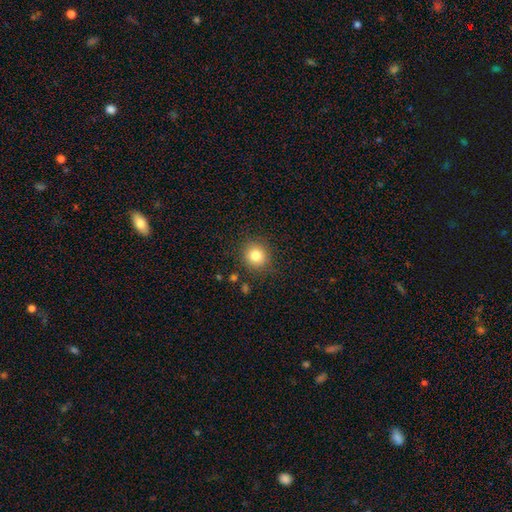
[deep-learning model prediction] Smooth or featured?
  - smooth: 82% *
  - star or artifact: 11%
  - featured or disk: 7%
How rounded?
  - round: 90% *
  - in between: 9%
  - cigar-shaped: 1%
Merging?
  - none: 87% *
  - minor disturbance: 8%
  - major disturbance: 3%
  - merger: 2%